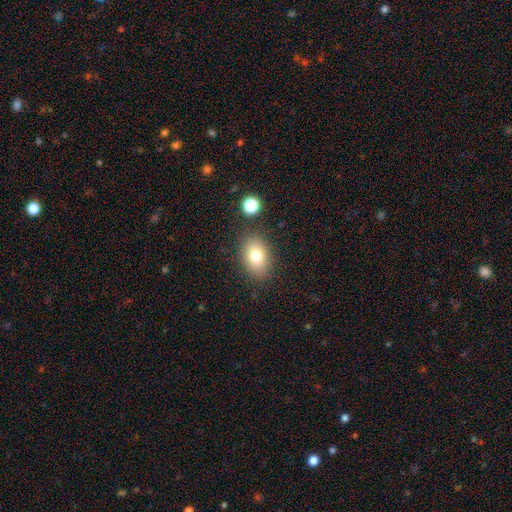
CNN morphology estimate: A smooth galaxy with no disk features (78%) that is in between round and cigar-shaped (75%). Merging: none (84%).